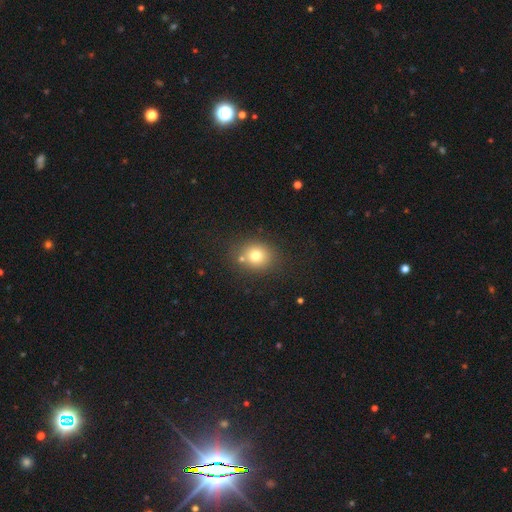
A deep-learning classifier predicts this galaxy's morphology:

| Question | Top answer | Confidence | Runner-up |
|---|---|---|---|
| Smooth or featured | smooth | 75% | star or artifact (14%) |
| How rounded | round | 73% | in between (26%) |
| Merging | none | 74% | minor disturbance (11%) |